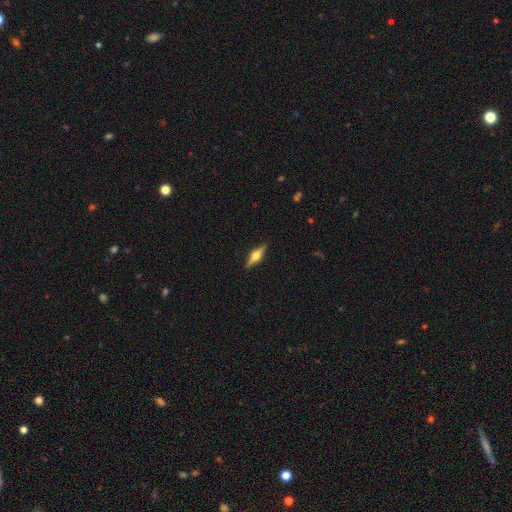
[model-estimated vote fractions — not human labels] Overall: featured or disk (69%). Edge-on disk: yes (97%). Edge-on bulge: rounded (93%). Merging: none (90%).